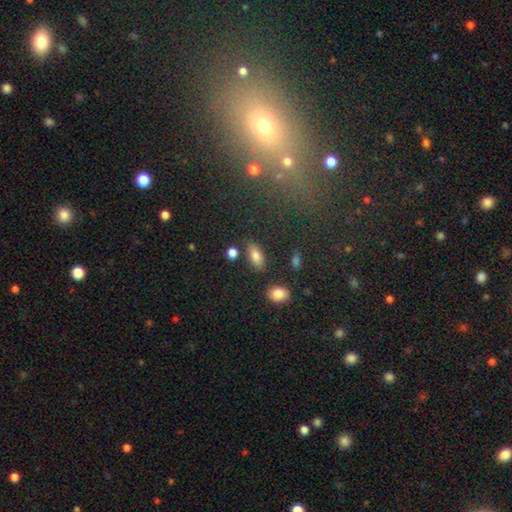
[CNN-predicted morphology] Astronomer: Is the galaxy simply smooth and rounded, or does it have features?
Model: smooth — 83%.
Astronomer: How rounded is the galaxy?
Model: in between — 89%.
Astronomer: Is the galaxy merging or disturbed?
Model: none — 80%.